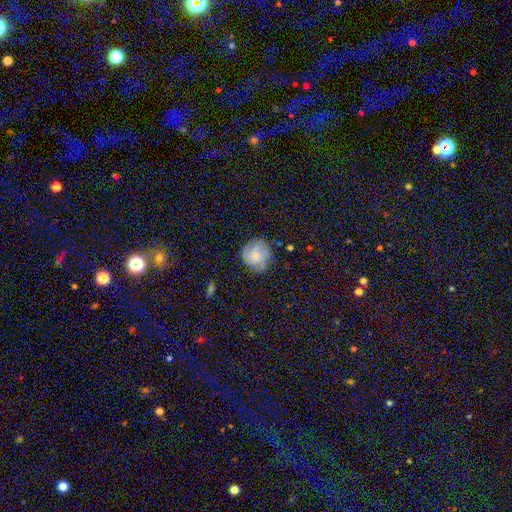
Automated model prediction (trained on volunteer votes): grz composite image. It shows a smooth galaxy with no disk features (58%) that is round (89%). Merging: none (76%).